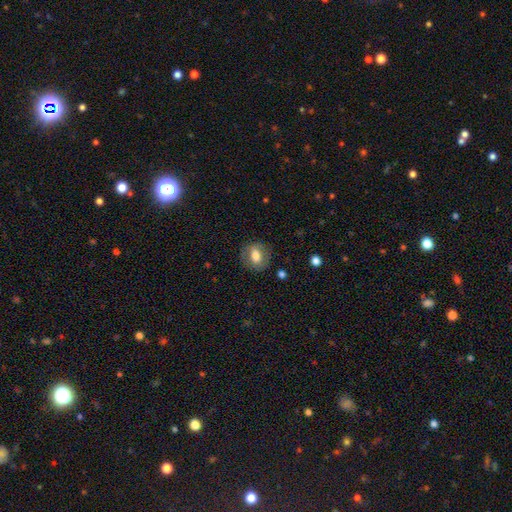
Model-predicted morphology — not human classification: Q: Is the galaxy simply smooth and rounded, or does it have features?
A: smooth — 68%.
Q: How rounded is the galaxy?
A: in between — 51%.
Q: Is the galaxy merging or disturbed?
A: none — 79%.